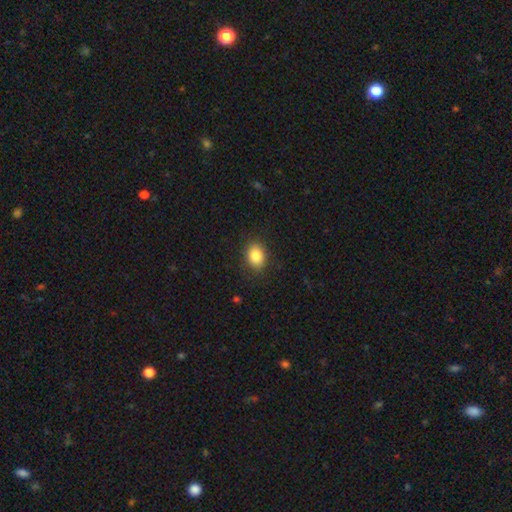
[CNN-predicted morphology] This is clearly a smooth galaxy (85%). How rounded: likely in between (69%). Merging: clearly none (86%).